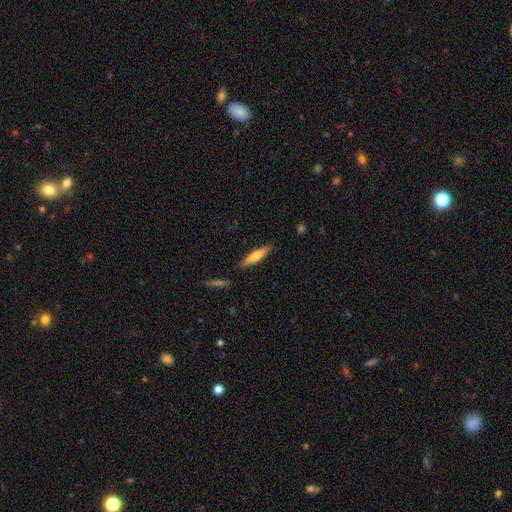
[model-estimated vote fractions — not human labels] The model was most divided on "smooth or featured": smooth: 60%, featured or disk: 34%, star or artifact: 6%. More confident: merging — none (86%); how rounded — cigar-shaped (81%).